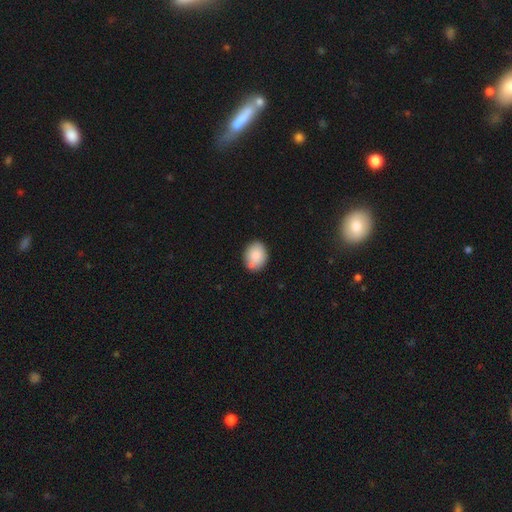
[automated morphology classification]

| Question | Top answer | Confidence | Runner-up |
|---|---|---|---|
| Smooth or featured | smooth | 83% | featured or disk (10%) |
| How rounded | in between | 56% | round (43%) |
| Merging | none | 74% | minor disturbance (18%) |